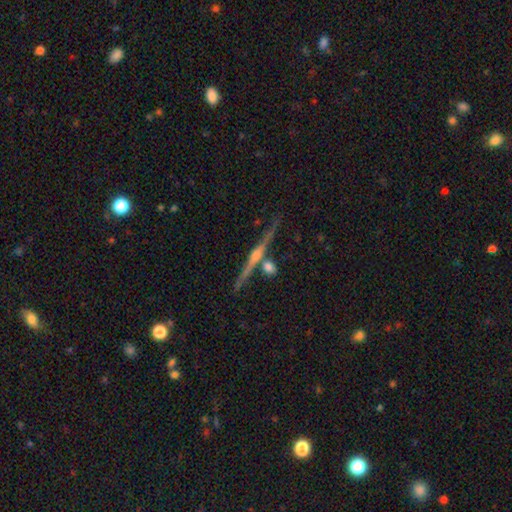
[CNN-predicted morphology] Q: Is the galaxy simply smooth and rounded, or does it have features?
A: featured or disk — 81%.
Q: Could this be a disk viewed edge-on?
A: yes — 98%.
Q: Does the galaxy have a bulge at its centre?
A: rounded — 81%.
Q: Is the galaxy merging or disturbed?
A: none — 84%.